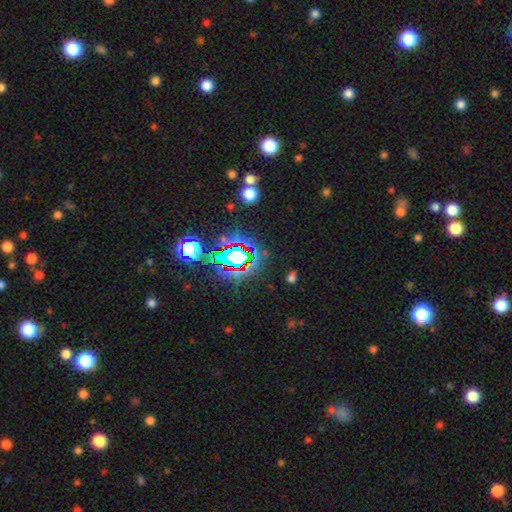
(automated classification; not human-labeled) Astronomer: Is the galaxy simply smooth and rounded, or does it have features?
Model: star or artifact — 76%.